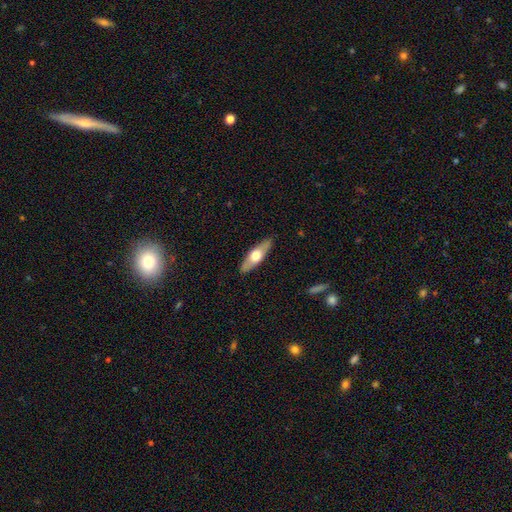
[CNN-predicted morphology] The model was most divided on "smooth or featured": smooth: 49%, featured or disk: 46%, star or artifact: 5%. More confident: merging — none (87%).